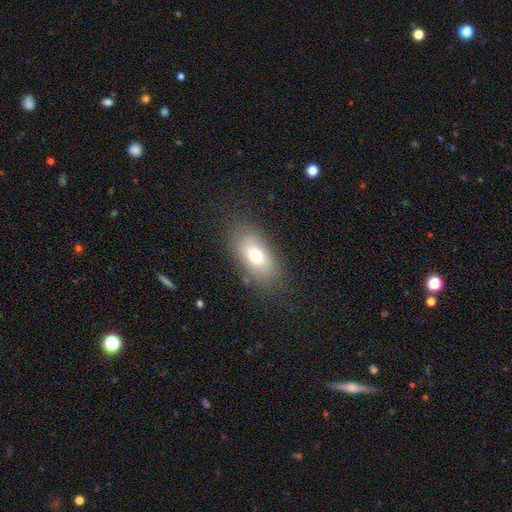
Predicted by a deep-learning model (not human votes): A smooth galaxy with no disk features (72%) that is in between round and cigar-shaped (88%). Merging: none (82%).